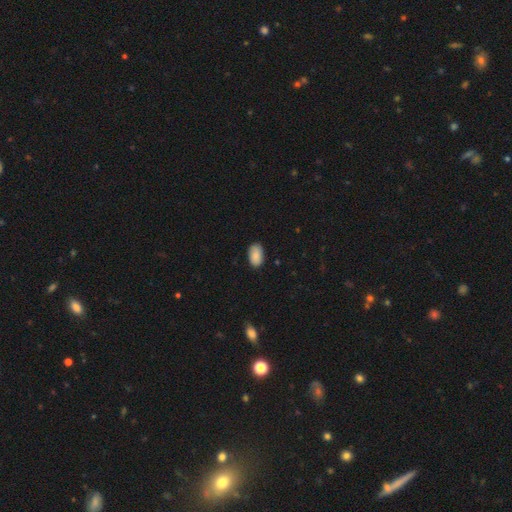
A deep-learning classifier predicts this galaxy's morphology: This is clearly a smooth galaxy (88%). How rounded: clearly in between (93%). Merging: clearly none (85%).